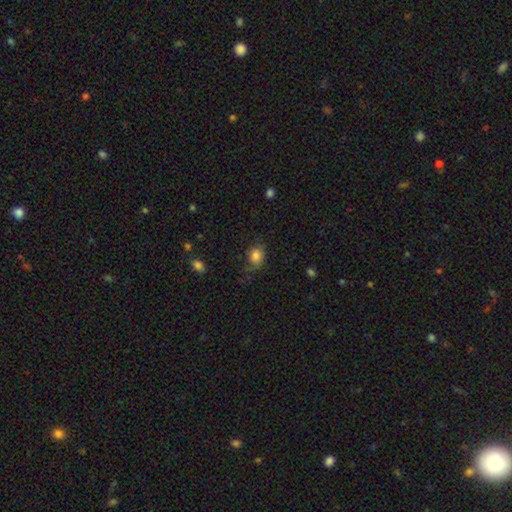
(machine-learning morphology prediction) smooth_or_featured: smooth (p=0.83) [alt: star or artifact p=0.09]
how_rounded: in between (p=0.51) [alt: round p=0.48]
merging: none (p=0.62) [alt: minor disturbance p=0.26]